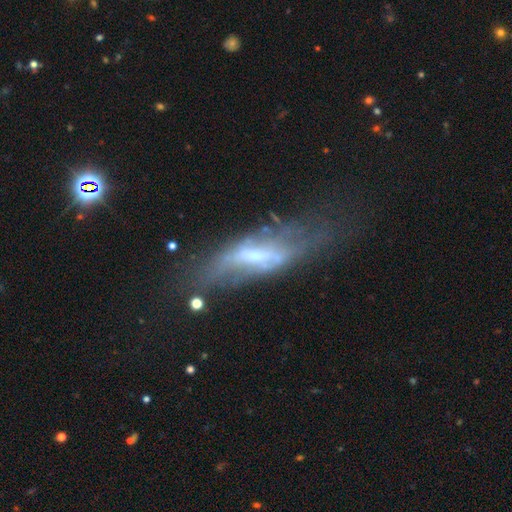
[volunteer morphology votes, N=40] smooth-or-featured: featured or disk: 65% | smooth: 28% | star or artifact: 8%
  disk-edge-on: no: 77% | yes: 23%
    bar: weak: 40% | strong: 30% | no: 30%
    has-spiral-arms: no: 90% | yes: 10%
    bulge-size: small: 55% | moderate: 25% | large: 10% | none: 10% | dominant: 0%
  merging: none: 32% (tied) | minor disturbance: 32% (tied) | major disturbance: 27% | merger: 8%